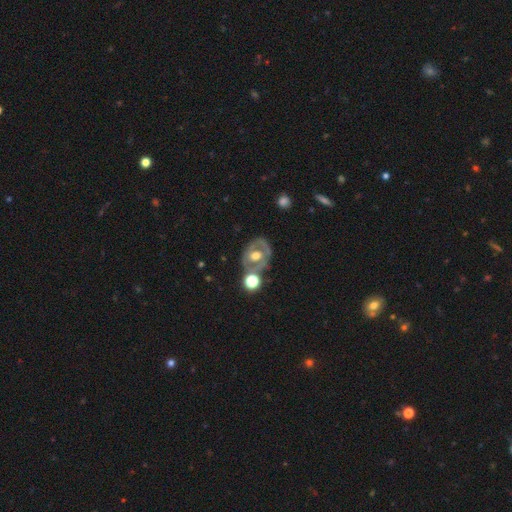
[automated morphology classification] Smooth or featured? featured or disk (63%)
Edge-on disk? no (95%)
Bar? no (63%)
Spiral arms? no (66%)
Bulge size? moderate (69%)
Merging? none (59%)